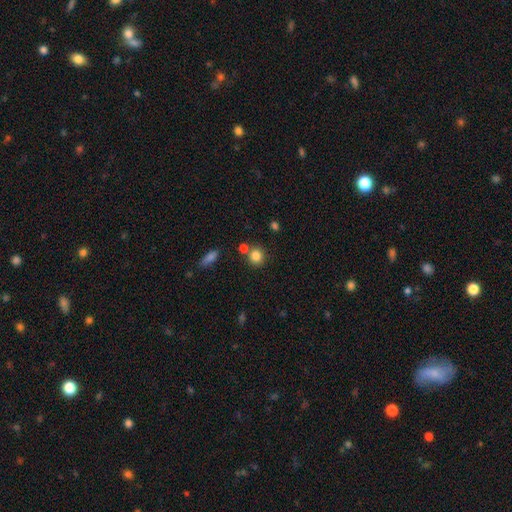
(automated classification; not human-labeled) Smooth or featured: smooth — 83% (star or artifact — 10%)
How rounded: round — 84% (in between — 14%)
Merging: none — 71% (merger — 17%)